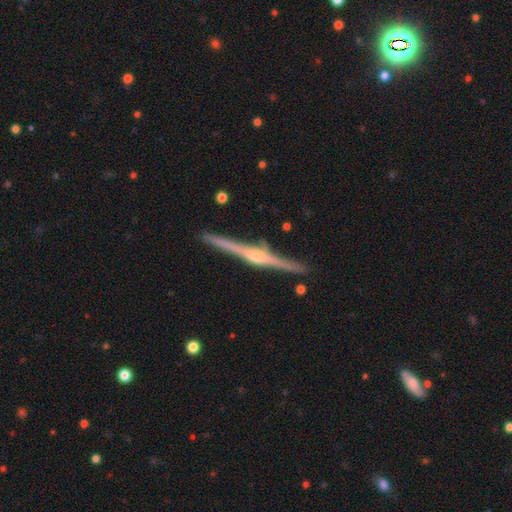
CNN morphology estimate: A featured or disk galaxy (87%) viewed edge-on (99%) with a rounded central bulge (81%).

Vote fractions:
- Smooth or featured? featured or disk: 87% / smooth: 8% / star or artifact: 5%
- Edge-on disk? yes: 99% / no: 1%
- Edge-on bulge? rounded: 81% / boxy: 13% / none: 6%
- Merging? none: 90% / minor disturbance: 7% / merger: 2% / major disturbance: 1%